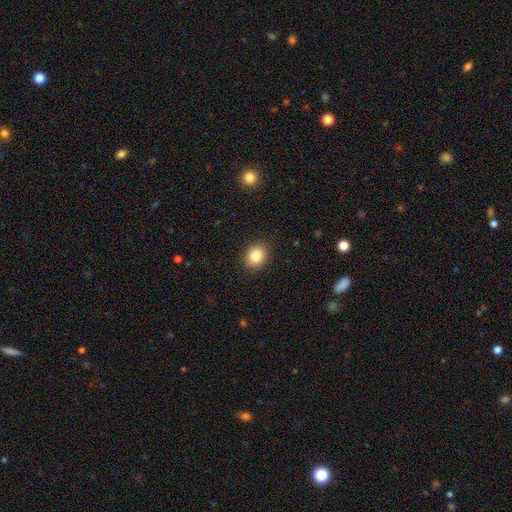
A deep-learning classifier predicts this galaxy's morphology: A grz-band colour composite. It shows a smooth galaxy with no disk features (84%) that is round (54%). Merging: none (90%).